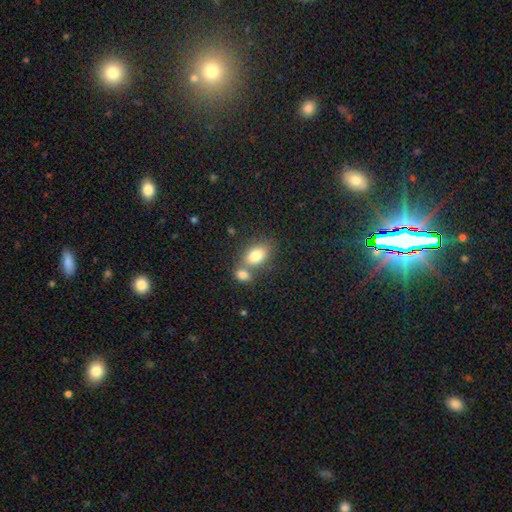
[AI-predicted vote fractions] This is clearly a smooth galaxy (80%). How rounded: clearly in between (85%). Merging: marginally merger (45%).